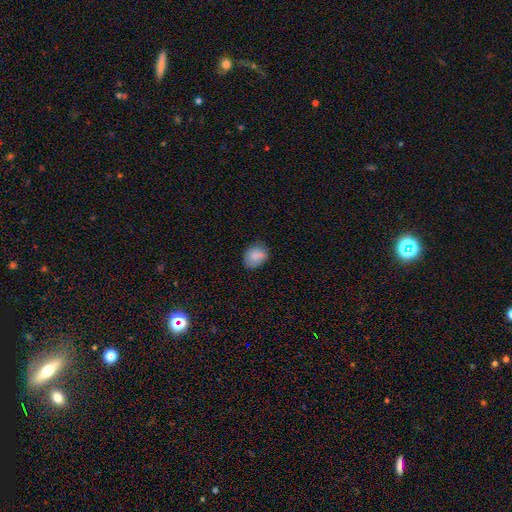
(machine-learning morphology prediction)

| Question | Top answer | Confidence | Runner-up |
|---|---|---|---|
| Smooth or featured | smooth | 86% | star or artifact (8%) |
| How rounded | in between | 59% | round (40%) |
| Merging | none | 72% | minor disturbance (22%) |